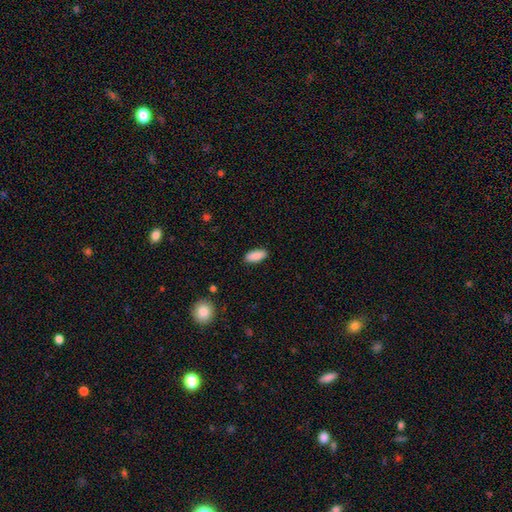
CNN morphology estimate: type=smooth (89%); roundness=in between (82%); merging=none (88%).